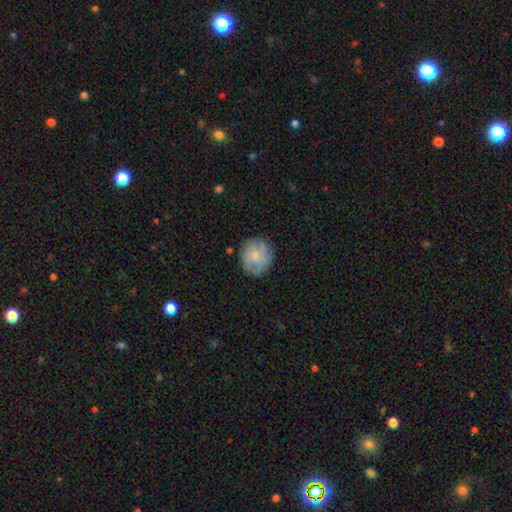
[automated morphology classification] Q: Smooth or featured?
A: smooth (69%); runner-up: featured or disk (23%)
Q: How rounded?
A: round (87%); runner-up: in between (12%)
Q: Merging?
A: none (79%); runner-up: minor disturbance (15%)